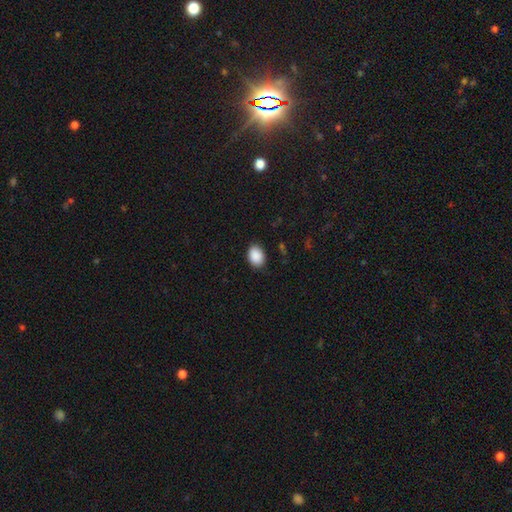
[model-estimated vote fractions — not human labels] This appears to be a smooth galaxy with no disk features (90%) that is in between round and cigar-shaped (77%). Merging: none (87%).